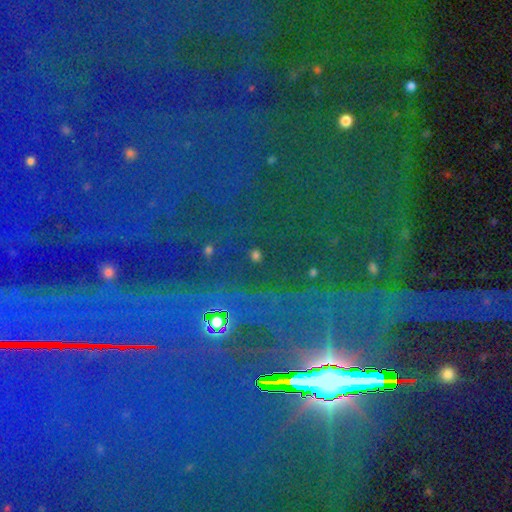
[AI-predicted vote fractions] Smooth or featured: star or artifact — 73% (smooth — 18%)